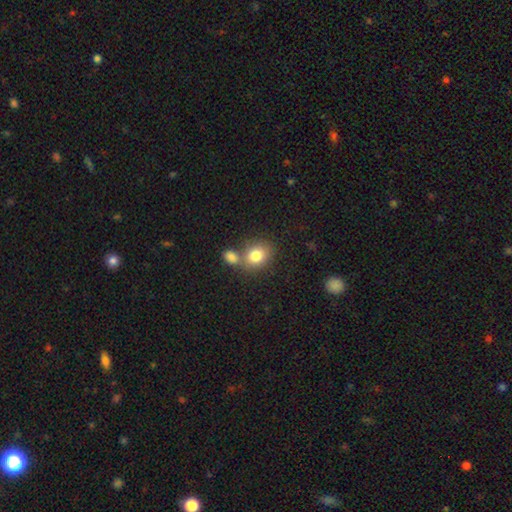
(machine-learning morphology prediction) Smooth or featured: smooth — 81% (star or artifact — 10%)
How rounded: round — 57% (in between — 42%)
Merging: none — 51% (merger — 35%)